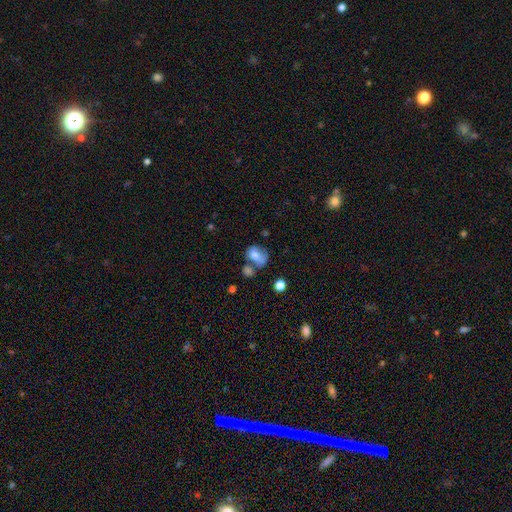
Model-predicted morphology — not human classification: This appears to be a smooth galaxy with no disk features (63%) that is in between round and cigar-shaped (55%). Merging: merger (32%).